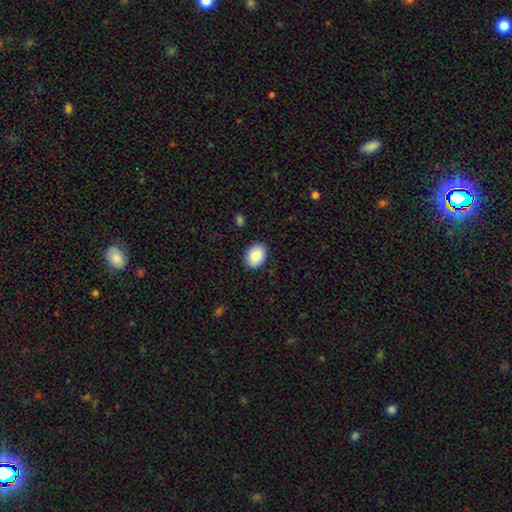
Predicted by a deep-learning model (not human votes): The model was most divided on "how rounded": in between: 68%, round: 32%, cigar-shaped: 1%. More confident: smooth or featured — smooth (88%); merging — none (88%).